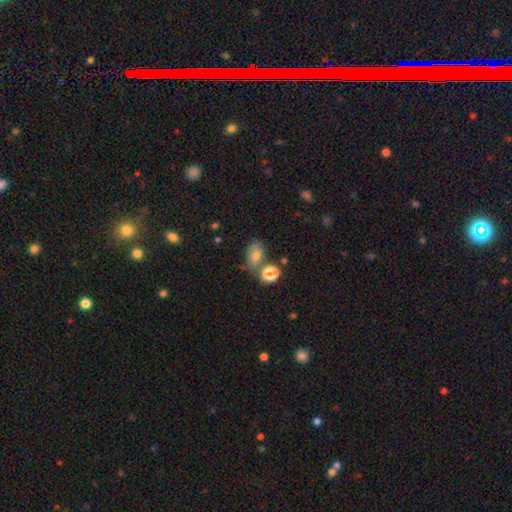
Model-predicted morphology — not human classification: type=smooth (74%); roundness=in between (79%); merging=none (51%).